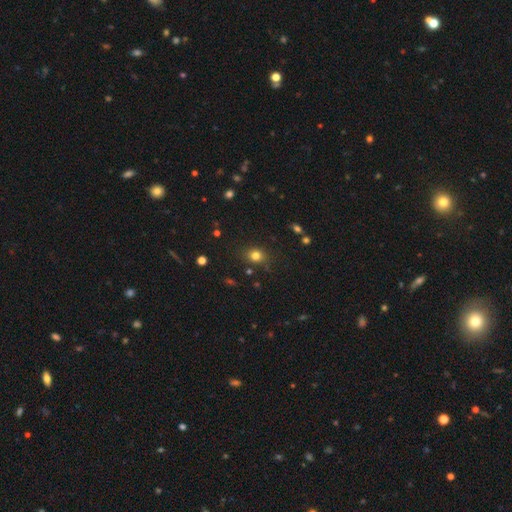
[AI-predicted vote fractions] Smooth or featured? smooth (78%)
How rounded? round (71%)
Merging? none (81%)